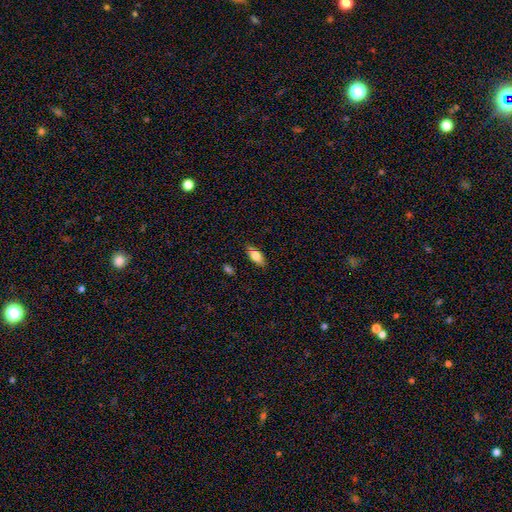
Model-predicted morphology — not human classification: The model was most divided on "smooth or featured": smooth: 75%, featured or disk: 17%, star or artifact: 7%. More confident: how rounded — in between (84%); merging — none (83%).